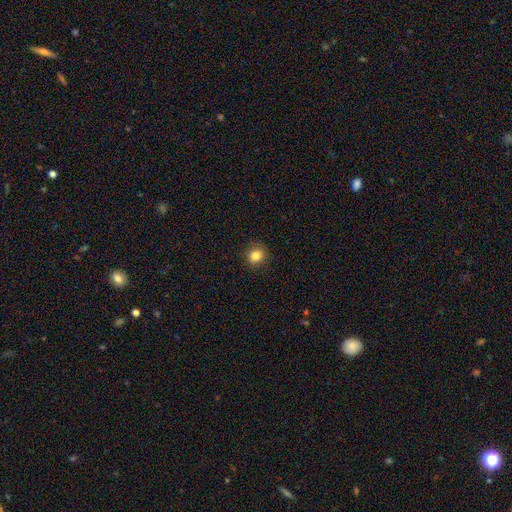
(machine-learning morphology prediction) Smooth or featured?
  - smooth: 83% *
  - star or artifact: 11%
  - featured or disk: 6%
How rounded?
  - round: 82% *
  - in between: 17%
  - cigar-shaped: 1%
Merging?
  - none: 91% *
  - minor disturbance: 6%
  - major disturbance: 2%
  - merger: 1%